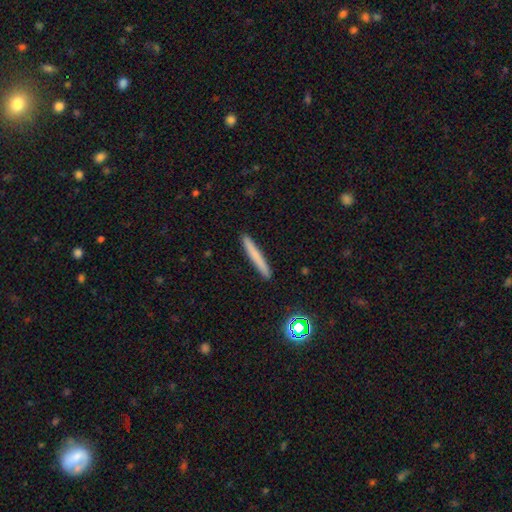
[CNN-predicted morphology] This is likely a smooth galaxy (70%). How rounded: clearly cigar-shaped (96%). Merging: clearly none (92%).